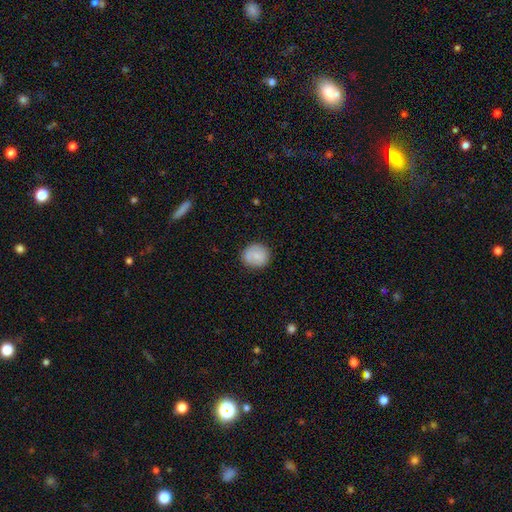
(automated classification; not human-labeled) Smooth or featured? Predicted: smooth (p=0.75). How rounded? Predicted: round (p=0.83). Merging? Predicted: none (p=0.86).